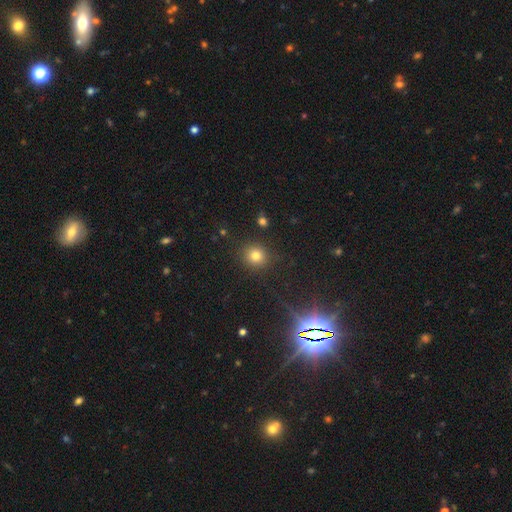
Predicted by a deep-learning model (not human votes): A smooth galaxy with no disk features (77%) that is round (89%). Merging: none (87%).